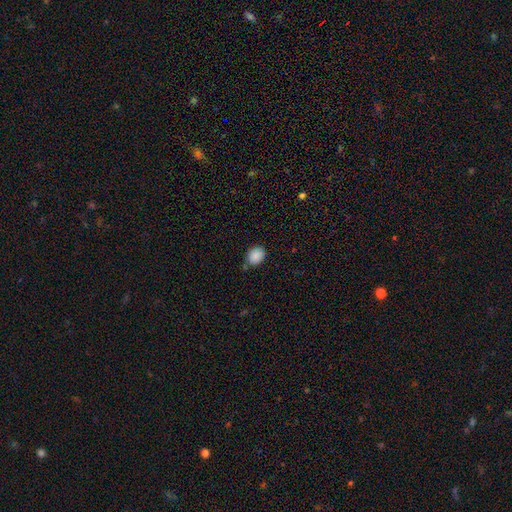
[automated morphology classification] Smooth or featured? Predicted: smooth (p=0.88). How rounded? Predicted: in between (p=0.50). Merging? Predicted: none (p=0.74).